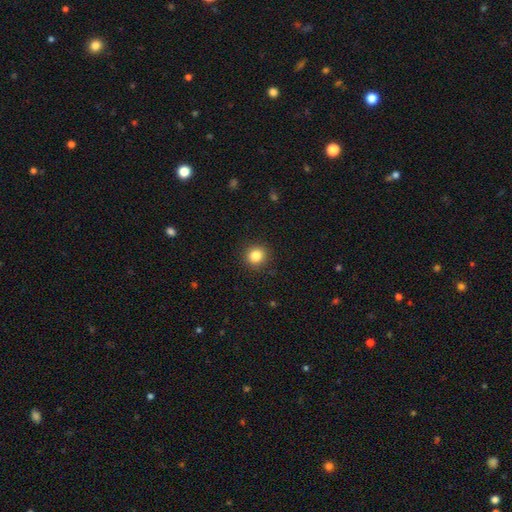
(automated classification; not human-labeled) Smooth or featured? Predicted: smooth (p=0.84). How rounded? Predicted: round (p=0.88). Merging? Predicted: none (p=0.91).